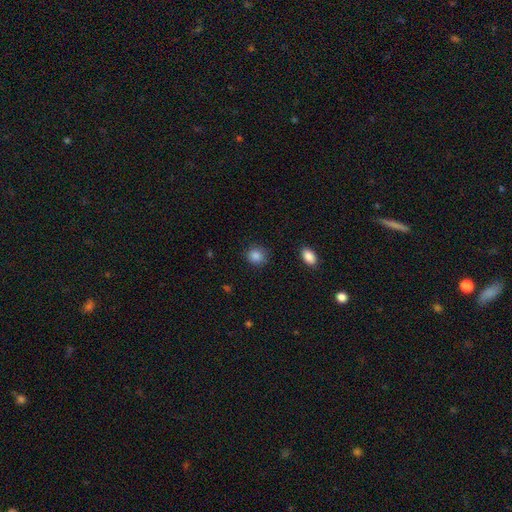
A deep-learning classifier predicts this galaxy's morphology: smooth-or-featured: smooth: 87% | star or artifact: 9% | featured or disk: 4%
  how-rounded: round: 80% | in between: 19% | cigar-shaped: 1%
  merging: none: 85% | minor disturbance: 10% | major disturbance: 3% | merger: 1%